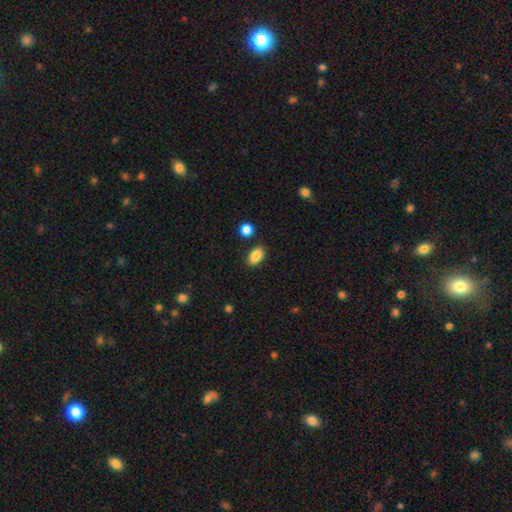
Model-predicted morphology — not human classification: Overall: smooth (88%). How rounded: in between (90%). Merging: none (86%).